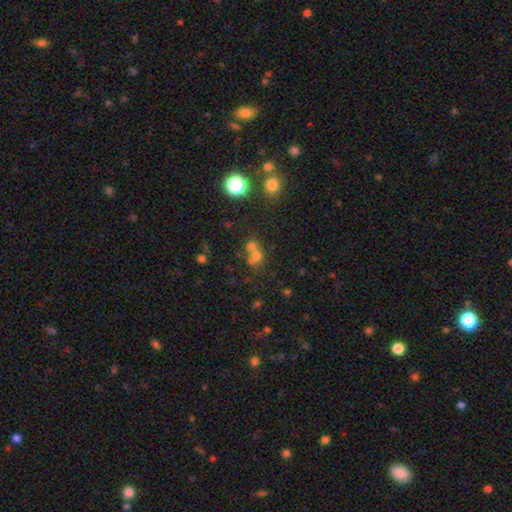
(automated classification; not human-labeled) Q: Smooth or featured?
A: smooth (61%); runner-up: star or artifact (22%)
Q: How rounded?
A: round (76%); runner-up: in between (23%)
Q: Merging?
A: merger (54%); runner-up: none (35%)